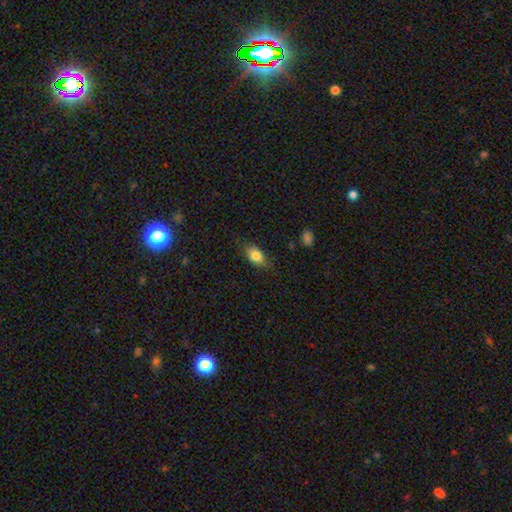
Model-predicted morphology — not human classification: type=smooth (83%); roundness=in between (85%); merging=none (76%).